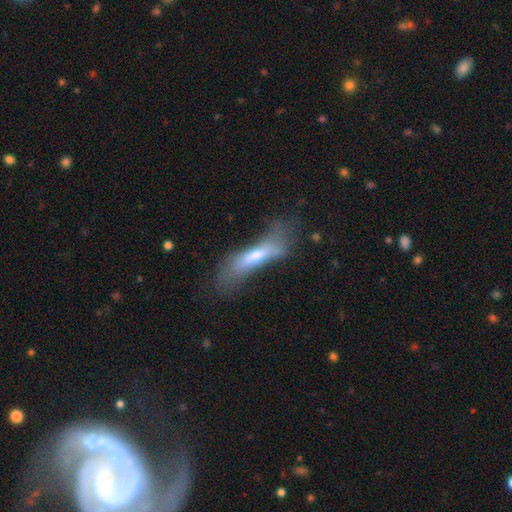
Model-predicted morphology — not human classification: smooth_or_featured: featured or disk (p=0.48) [alt: smooth p=0.42]
merging: none (p=0.48) [alt: minor disturbance p=0.26]